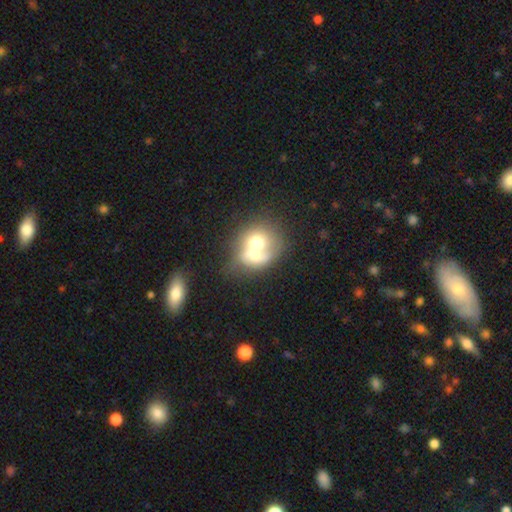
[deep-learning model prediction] Smooth or featured: smooth — 60% (featured or disk — 30%)
How rounded: round — 64% (in between — 35%)
Merging: merger — 71% (none — 17%)